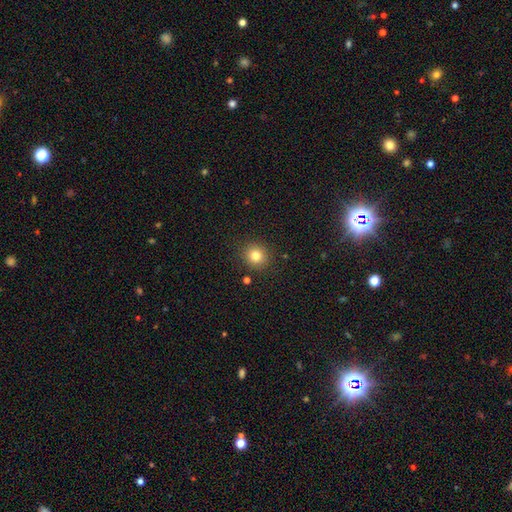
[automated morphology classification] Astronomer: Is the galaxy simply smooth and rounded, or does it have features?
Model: smooth — 81%.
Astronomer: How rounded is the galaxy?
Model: round — 91%.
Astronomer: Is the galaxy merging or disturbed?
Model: none — 89%.